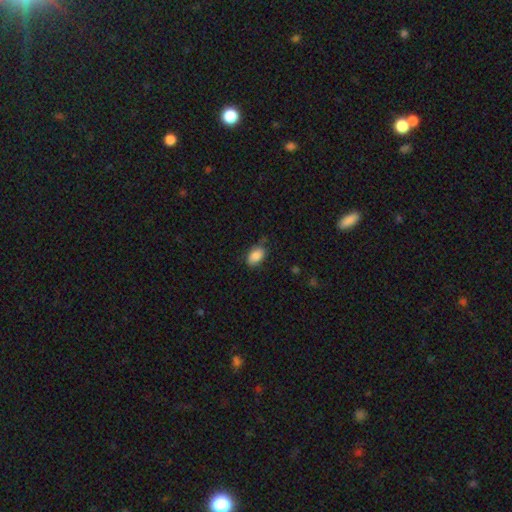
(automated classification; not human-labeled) Smooth or featured? smooth (86%)
How rounded? in between (88%)
Merging? none (71%)